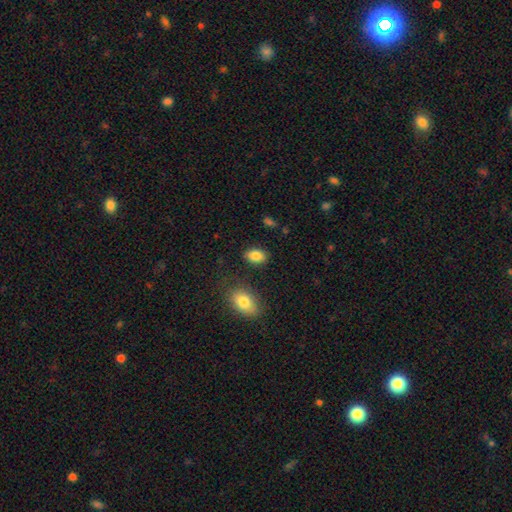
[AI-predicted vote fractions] Overall: smooth (86%). How rounded: in between (86%). Merging: none (84%).